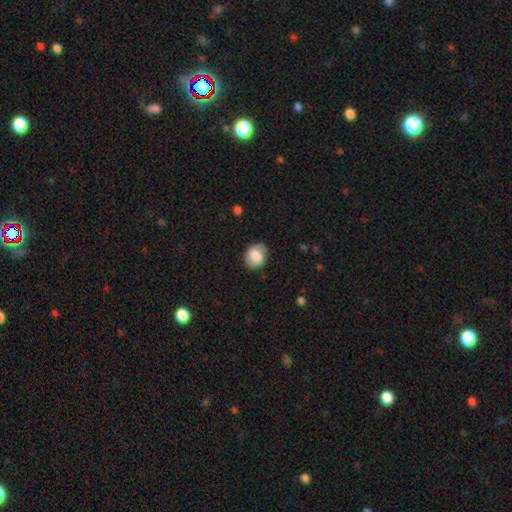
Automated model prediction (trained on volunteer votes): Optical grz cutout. It shows a smooth galaxy with no disk features (78%) that is in between round and cigar-shaped (57%). Merging: none (76%).